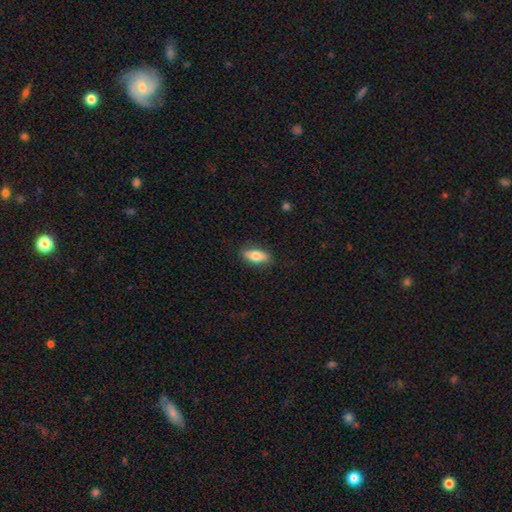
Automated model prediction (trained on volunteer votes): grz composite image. It shows a smooth galaxy with no disk features (71%) that is in between round and cigar-shaped (77%). Merging: none (84%).